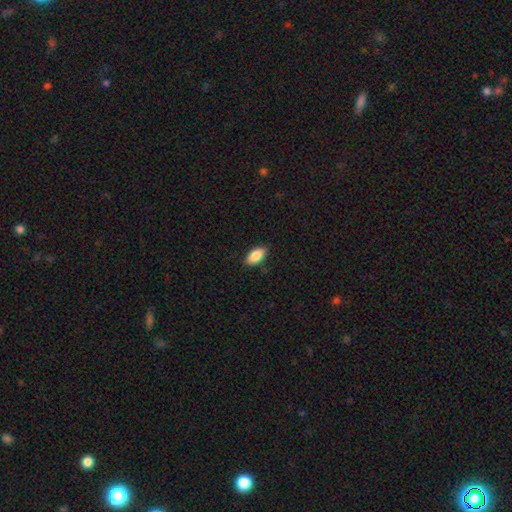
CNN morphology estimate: The model was most divided on "merging": none: 87%, minor disturbance: 10%, major disturbance: 2%, merger: 1%. More confident: how rounded — in between (92%); smooth or featured — smooth (87%).